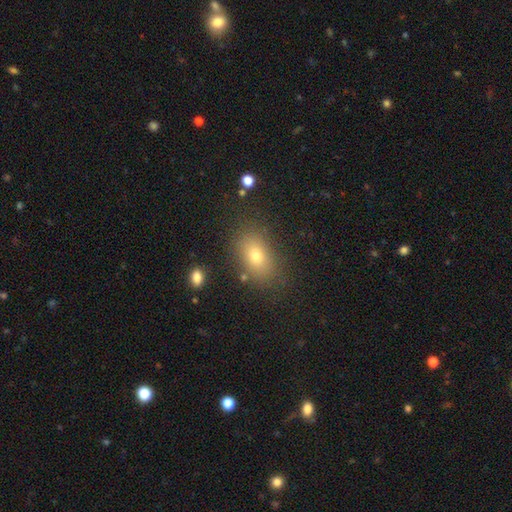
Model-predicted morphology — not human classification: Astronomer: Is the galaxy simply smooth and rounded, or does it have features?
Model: smooth — 73%.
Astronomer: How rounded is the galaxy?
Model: in between — 79%.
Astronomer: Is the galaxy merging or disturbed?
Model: none — 81%.